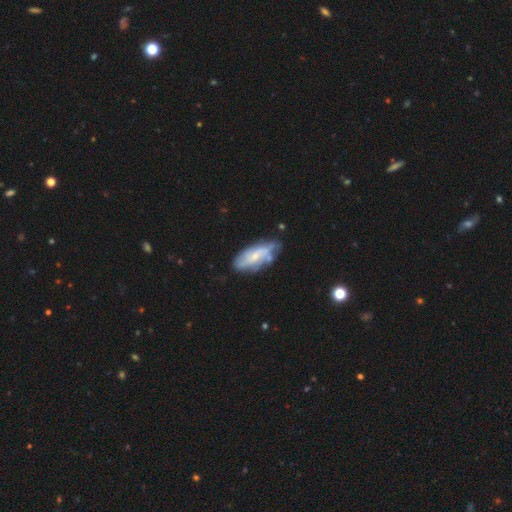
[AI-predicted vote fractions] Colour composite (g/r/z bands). It shows a featured or disk galaxy (58%). Merging: none (57%).